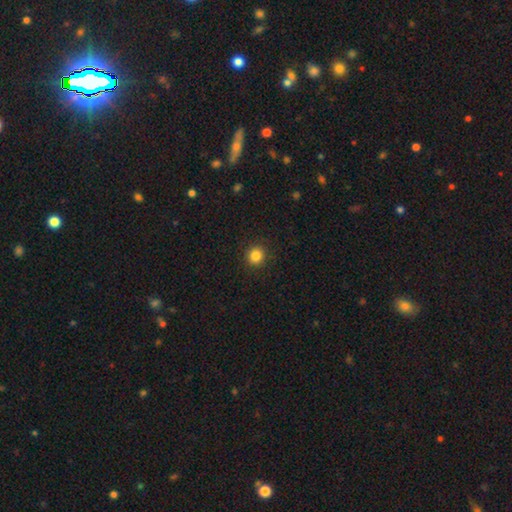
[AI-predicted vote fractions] Smooth or featured: smooth — 85% (star or artifact — 11%)
How rounded: round — 91% (in between — 8%)
Merging: none — 92% (minor disturbance — 5%)